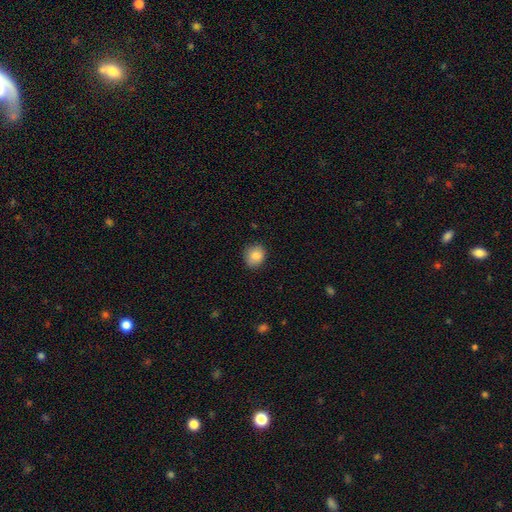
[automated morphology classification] Overall: smooth (85%). How rounded: round (78%). Merging: none (85%).